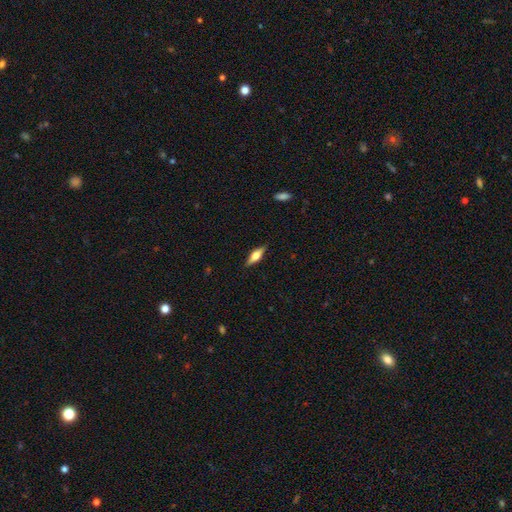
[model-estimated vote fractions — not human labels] A featured or disk galaxy (52%) viewed edge-on (94%).

Vote fractions:
- Smooth or featured? featured or disk: 52% / smooth: 42% / star or artifact: 7%
- Edge-on disk? yes: 94% / no: 6%
- Merging? none: 87% / minor disturbance: 10% / major disturbance: 2% / merger: 1%